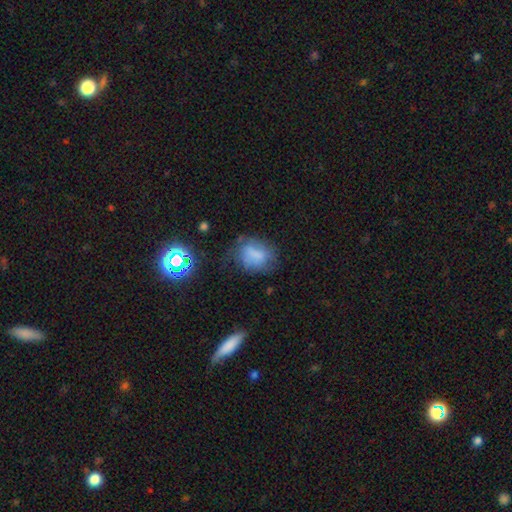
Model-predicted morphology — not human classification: Smooth or featured? smooth (66%)
How rounded? in between (61%)
Merging? none (46%)